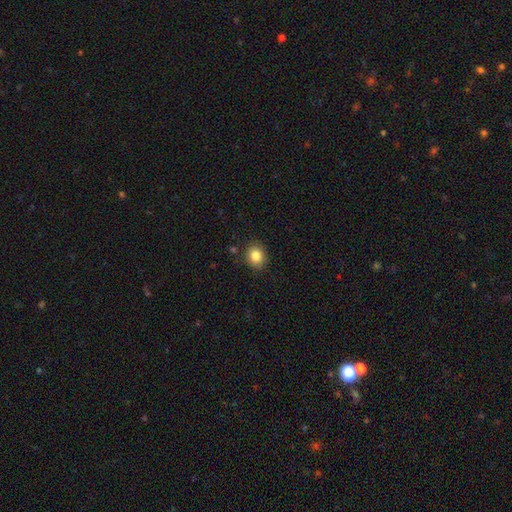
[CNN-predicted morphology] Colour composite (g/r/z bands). It shows a smooth galaxy with no disk features (84%) that is round (69%). Merging: none (87%).